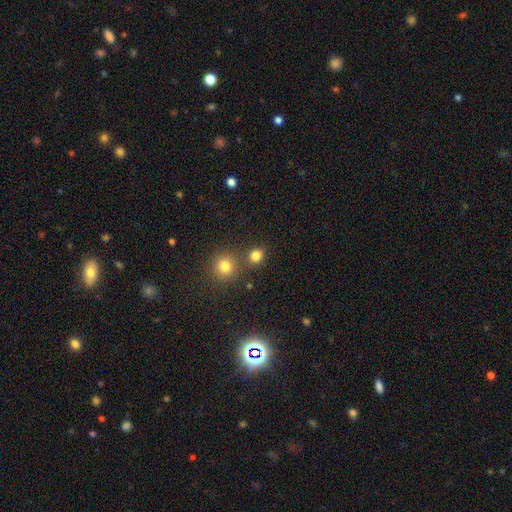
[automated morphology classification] smooth 81%, star or artifact 14%, featured or disk 5%. Down the decision tree: how rounded — round (76%); merging — none (73%).